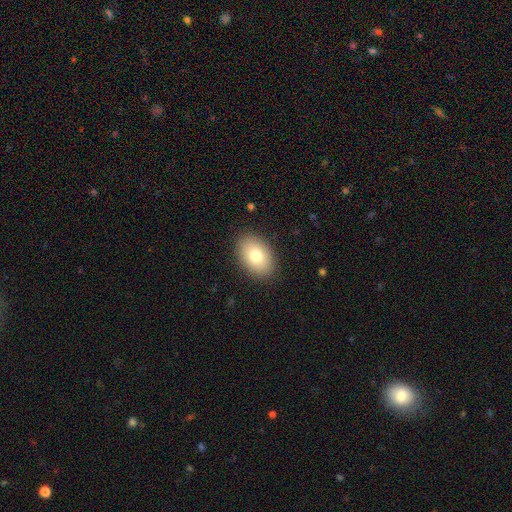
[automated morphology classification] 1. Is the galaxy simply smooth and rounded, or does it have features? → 80% smooth, 12% featured or disk, 7% star or artifact.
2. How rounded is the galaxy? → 88% in between, 11% round, 1% cigar-shaped.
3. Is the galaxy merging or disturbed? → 88% none, 9% minor disturbance, 2% major disturbance, 1% merger.